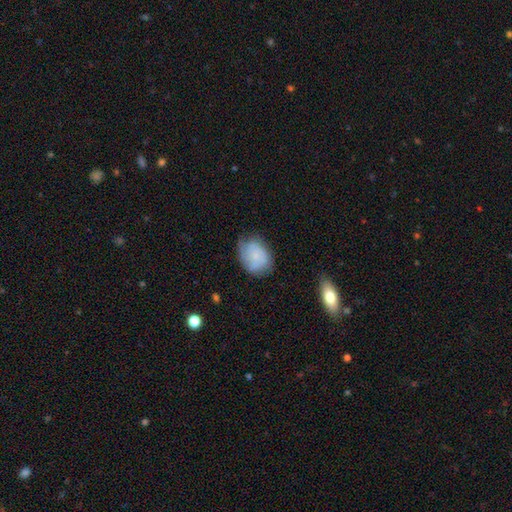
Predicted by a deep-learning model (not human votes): Smooth or featured: smooth — 71% (featured or disk — 21%)
How rounded: in between — 62% (round — 37%)
Merging: none — 58% (minor disturbance — 30%)